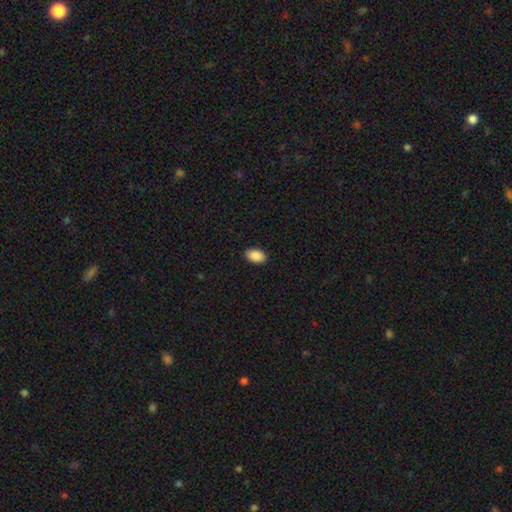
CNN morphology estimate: smooth_or_featured: smooth (p=0.90) [alt: star or artifact p=0.07]
how_rounded: in between (p=0.94) [alt: round p=0.05]
merging: none (p=0.91) [alt: minor disturbance p=0.07]